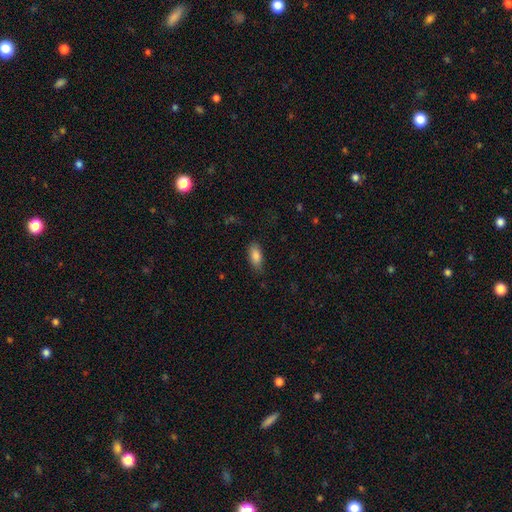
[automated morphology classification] Smooth or featured?
  - smooth: 86% *
  - star or artifact: 7%
  - featured or disk: 7%
How rounded?
  - in between: 86% *
  - cigar-shaped: 11%
  - round: 3%
Merging?
  - none: 79% *
  - minor disturbance: 16%
  - major disturbance: 3%
  - merger: 1%